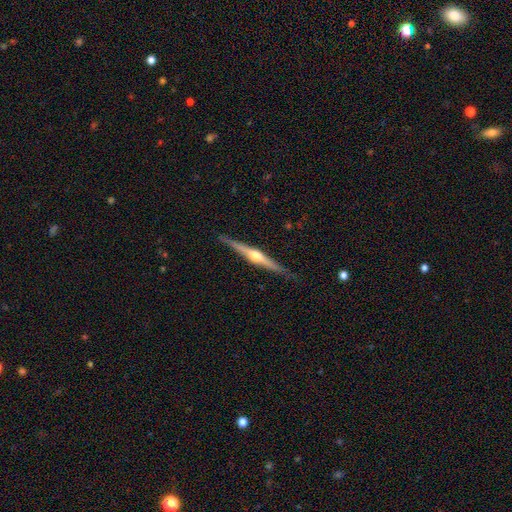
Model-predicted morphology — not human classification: Smooth or featured? featured or disk (78%)
Edge-on disk? yes (98%)
Edge-on bulge? rounded (90%)
Merging? none (88%)